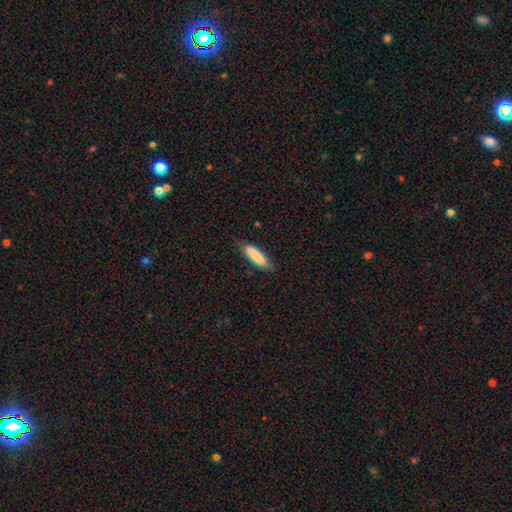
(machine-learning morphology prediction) Smooth or featured? Predicted: smooth (p=0.81). How rounded? Predicted: cigar-shaped (p=0.62). Merging? Predicted: none (p=0.71).